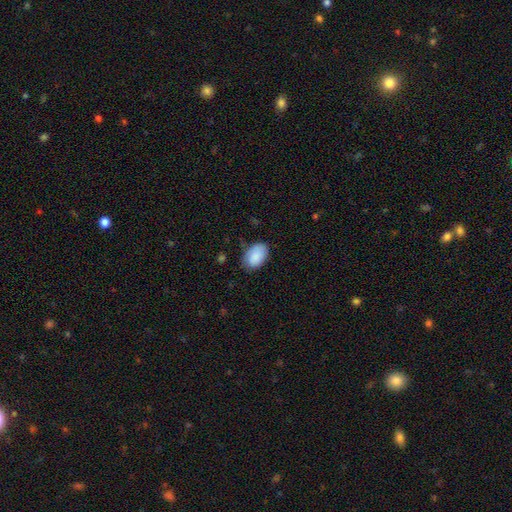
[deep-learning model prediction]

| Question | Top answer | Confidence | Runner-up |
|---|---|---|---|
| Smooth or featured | smooth | 89% | star or artifact (6%) |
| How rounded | in between | 89% | round (10%) |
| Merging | none | 76% | minor disturbance (20%) |